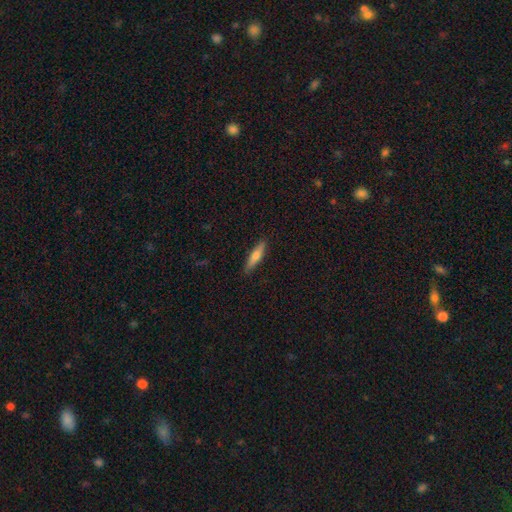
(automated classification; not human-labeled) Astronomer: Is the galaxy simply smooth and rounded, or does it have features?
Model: smooth — 56% (runner-up: featured or disk, 38%).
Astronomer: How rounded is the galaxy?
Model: cigar-shaped — 83%.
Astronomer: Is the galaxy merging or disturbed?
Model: none — 89%.